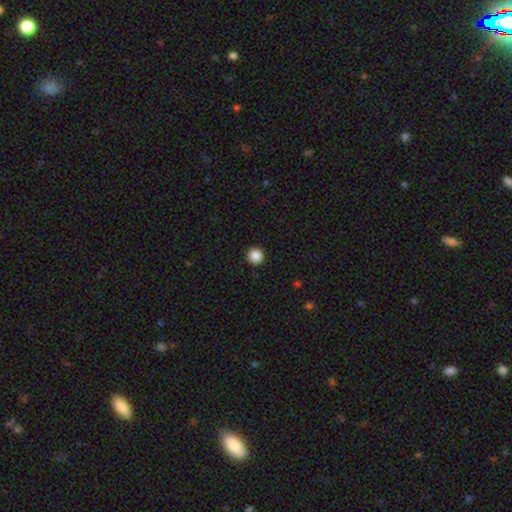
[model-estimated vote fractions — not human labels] smooth 87%, star or artifact 10%, featured or disk 3%. Down the decision tree: how rounded — round (95%); merging — none (93%).